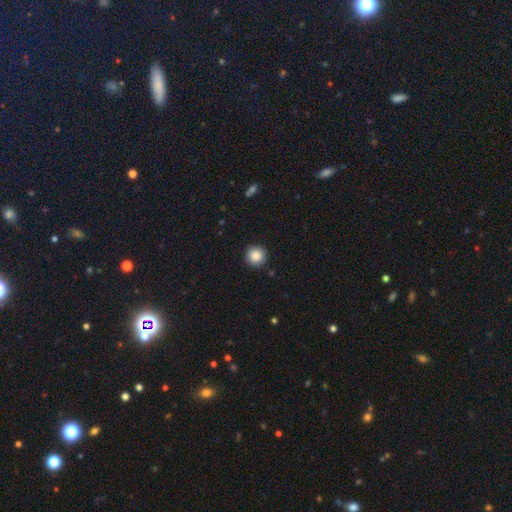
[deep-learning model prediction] smooth 88%, star or artifact 9%, featured or disk 4%. Down the decision tree: how rounded — round (96%); merging — none (92%).